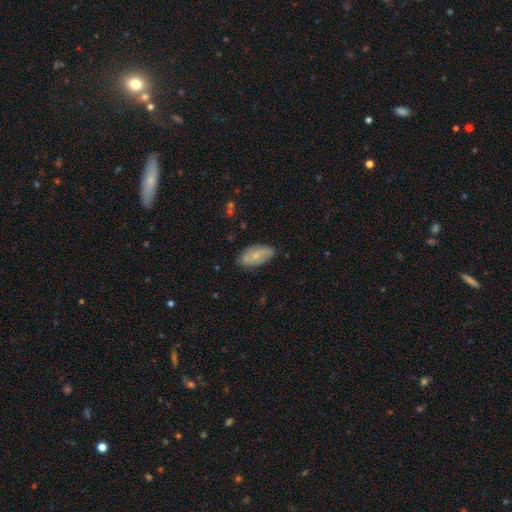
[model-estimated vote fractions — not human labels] The model was most divided on "smooth or featured": smooth: 52%, featured or disk: 42%, star or artifact: 7%. More confident: how rounded — in between (91%); merging — none (79%).